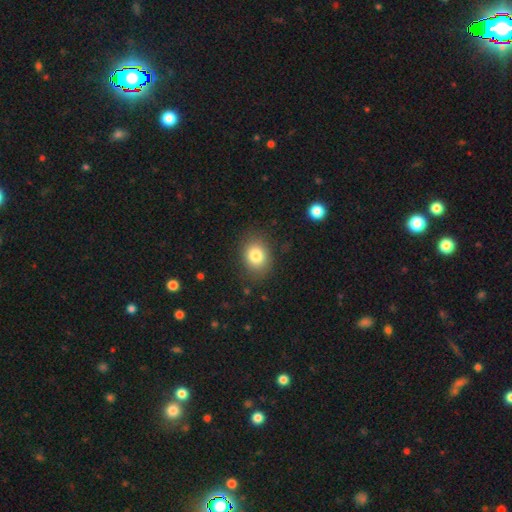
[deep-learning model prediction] smooth_or_featured: smooth (p=0.81) [alt: star or artifact p=0.10]
how_rounded: in between (p=0.55) [alt: round p=0.44]
merging: none (p=0.83) [alt: minor disturbance p=0.12]